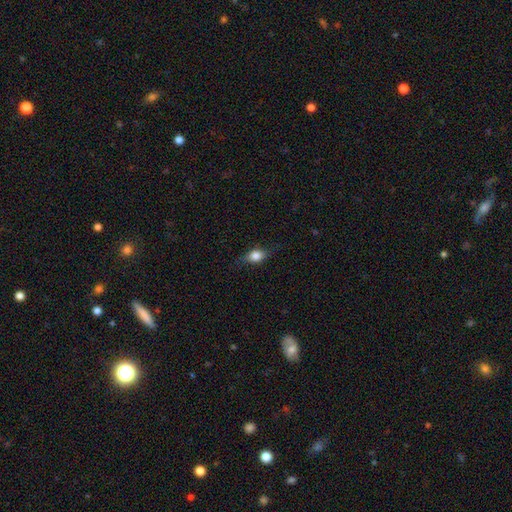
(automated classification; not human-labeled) Morphology: type=smooth (72%); roundness=in between (65%); merging=none (73%).